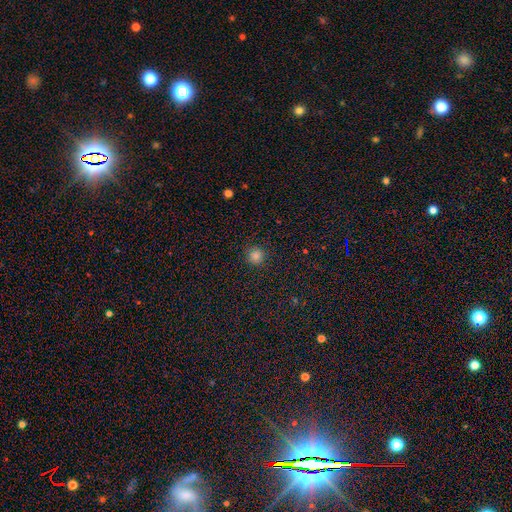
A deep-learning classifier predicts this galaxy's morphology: smooth 82%, star or artifact 13%, featured or disk 4%. Down the decision tree: how rounded — round (95%); merging — none (90%).